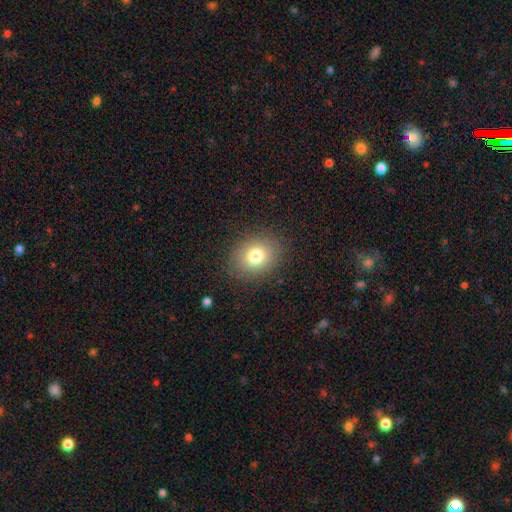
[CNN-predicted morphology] This is likely a smooth galaxy (77%). How rounded: possibly in between (51%). Merging: clearly none (86%).